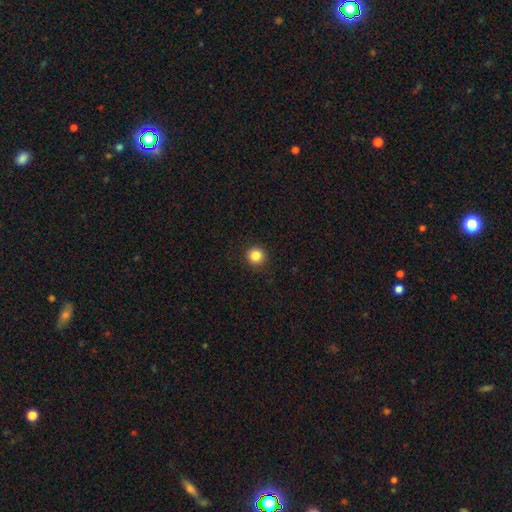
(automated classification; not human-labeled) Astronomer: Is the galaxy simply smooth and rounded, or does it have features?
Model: smooth — 85%.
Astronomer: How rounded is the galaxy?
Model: round — 95%.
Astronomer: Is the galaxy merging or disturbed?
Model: none — 93%.